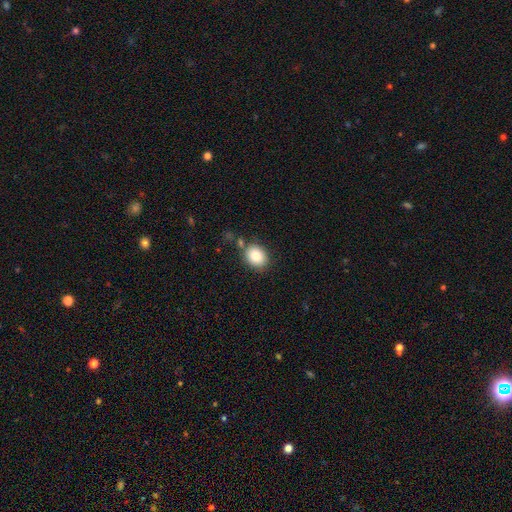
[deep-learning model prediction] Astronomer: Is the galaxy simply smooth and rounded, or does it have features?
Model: smooth — 83%.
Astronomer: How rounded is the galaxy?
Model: round — 57% (runner-up: in between, 43%).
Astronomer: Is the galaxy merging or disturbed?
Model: none — 76%.